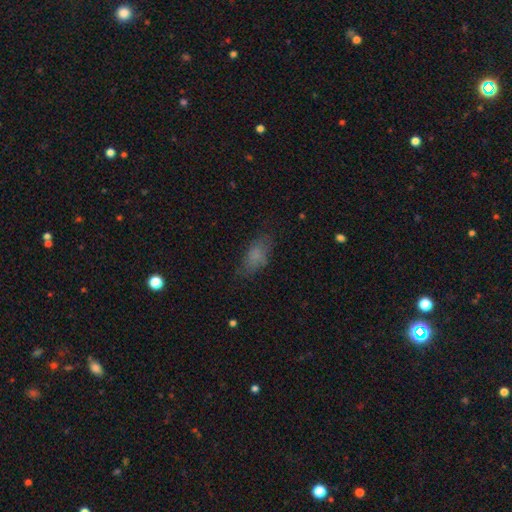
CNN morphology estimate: The model was most divided on "merging": none: 67%, minor disturbance: 22%, major disturbance: 10%, merger: 2%. More confident: how rounded — in between (87%); smooth or featured — smooth (76%).